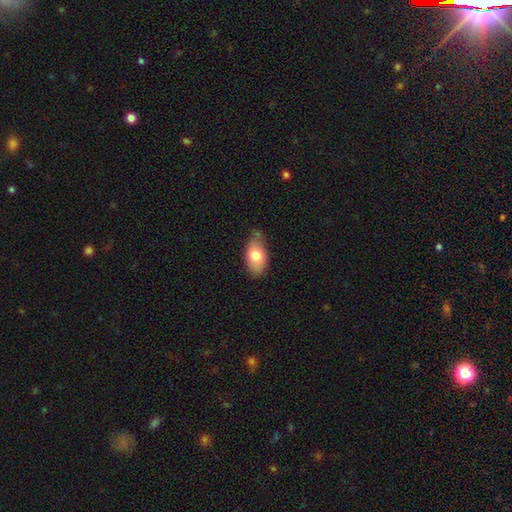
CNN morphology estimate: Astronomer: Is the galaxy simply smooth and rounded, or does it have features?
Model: smooth — 78%.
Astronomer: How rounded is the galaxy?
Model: in between — 91%.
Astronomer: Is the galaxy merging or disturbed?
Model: none — 67%.